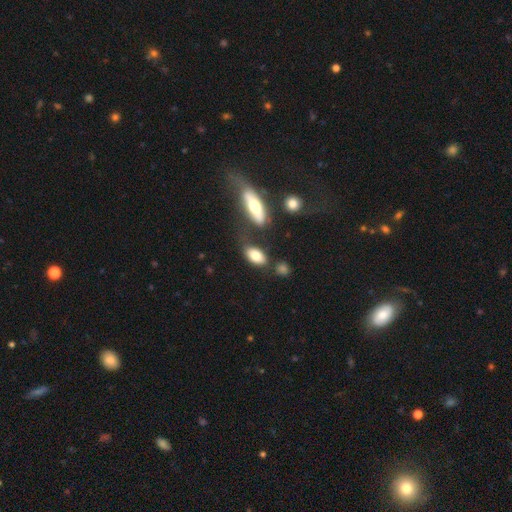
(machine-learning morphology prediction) This appears to be a smooth galaxy with no disk features (78%) that is in between round and cigar-shaped (89%). Merging: none (63%).